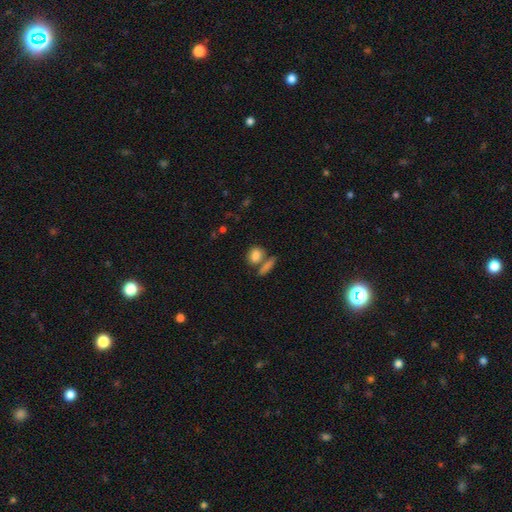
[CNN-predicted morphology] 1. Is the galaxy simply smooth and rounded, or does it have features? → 83% smooth, 9% featured or disk, 8% star or artifact.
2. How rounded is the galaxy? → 60% in between, 34% round, 6% cigar-shaped.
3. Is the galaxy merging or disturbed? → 54% none, 30% merger, 11% minor disturbance, 4% major disturbance.